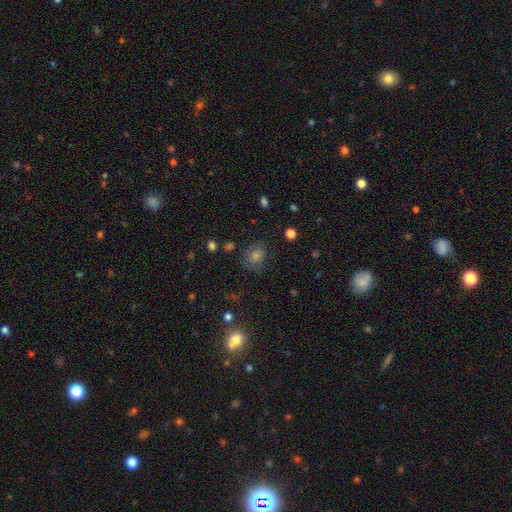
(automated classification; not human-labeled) smooth_or_featured: smooth (p=0.59) [alt: star or artifact p=0.28]
how_rounded: round (p=0.76) [alt: in between p=0.23]
merging: none (p=0.76) [alt: minor disturbance p=0.15]